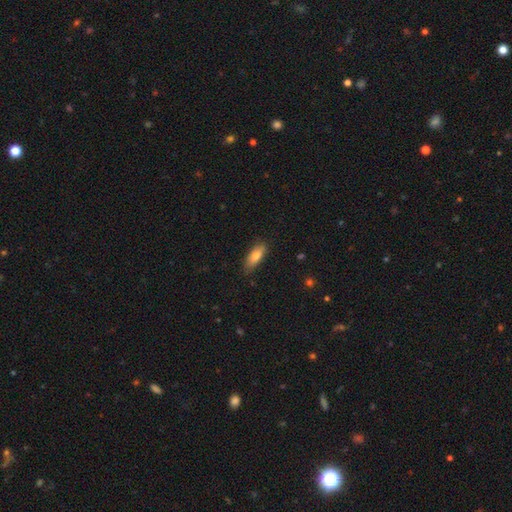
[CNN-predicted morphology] Smooth or featured? Predicted: smooth (p=0.80). How rounded? Predicted: in between (p=0.69). Merging? Predicted: none (p=0.79).